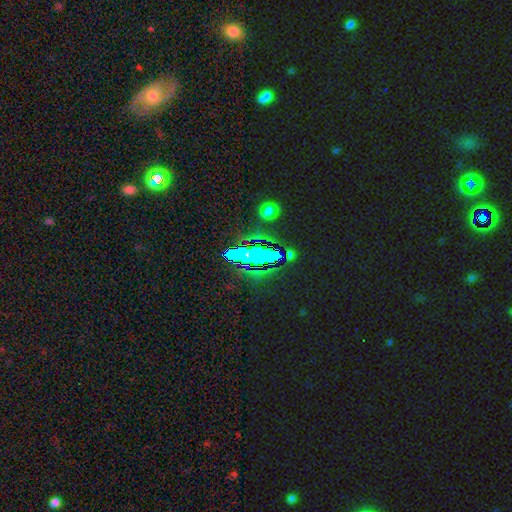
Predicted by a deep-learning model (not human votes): Smooth or featured? Predicted: star or artifact (p=0.66).